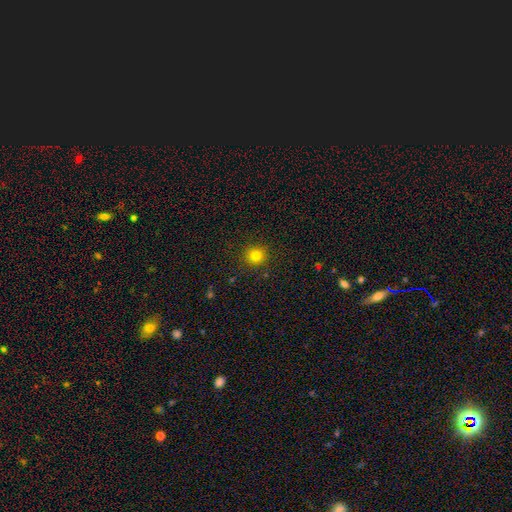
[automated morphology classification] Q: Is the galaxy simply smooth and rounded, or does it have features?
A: smooth — 81%.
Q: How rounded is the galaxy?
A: round — 92%.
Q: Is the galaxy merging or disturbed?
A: none — 90%.